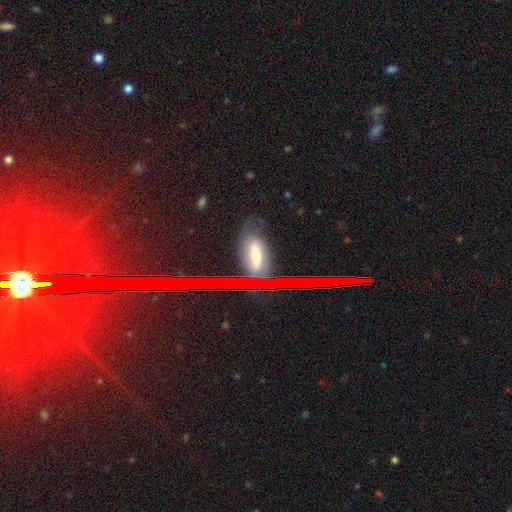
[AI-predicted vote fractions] This appears to be a featured or disk galaxy (42%). Merging: none (66%).